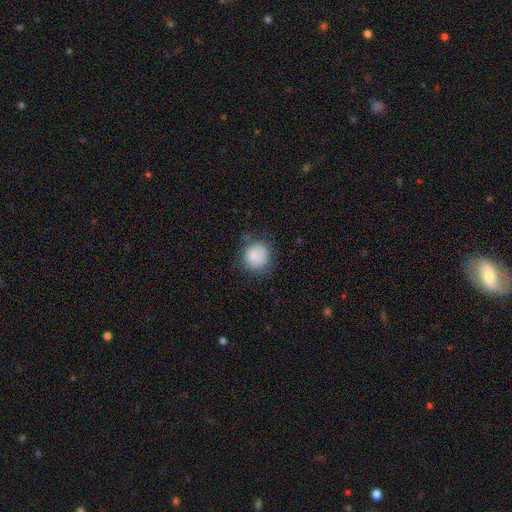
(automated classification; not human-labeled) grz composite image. It shows a smooth galaxy with no disk features (84%) that is round (87%). Merging: none (71%).